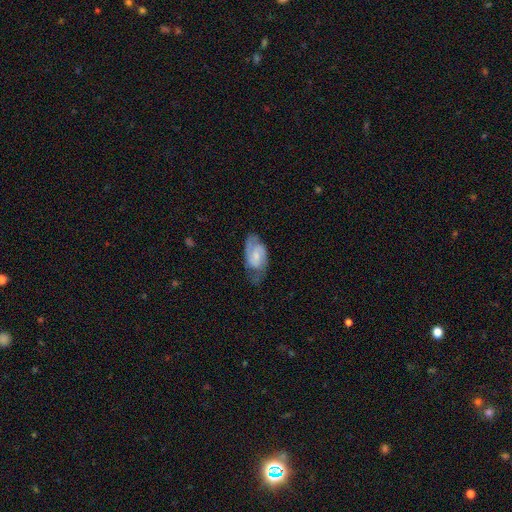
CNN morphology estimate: Smooth or featured? Predicted: featured or disk (p=0.73). Edge-on disk? Predicted: no (p=0.96). Bar? Predicted: weak (p=0.49). Spiral arms? Predicted: yes (p=0.93). Spiral winding? Predicted: medium (p=0.50). Spiral arm count? Predicted: 2 (p=0.80). Bulge size? Predicted: small (p=0.54). Merging? Predicted: none (p=0.61).